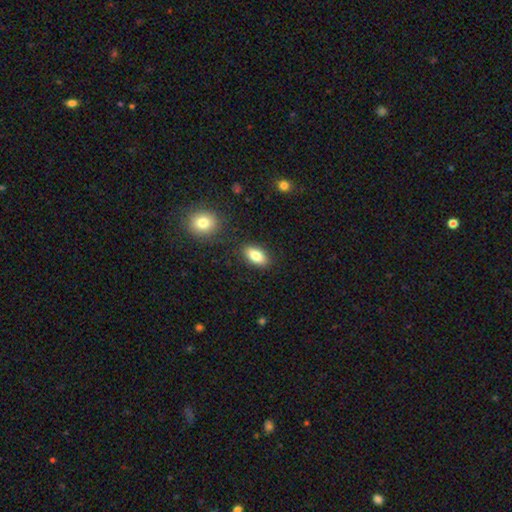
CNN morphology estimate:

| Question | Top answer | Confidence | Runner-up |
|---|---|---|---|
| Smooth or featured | smooth | 81% | featured or disk (12%) |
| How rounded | in between | 89% | cigar-shaped (6%) |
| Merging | none | 87% | minor disturbance (9%) |